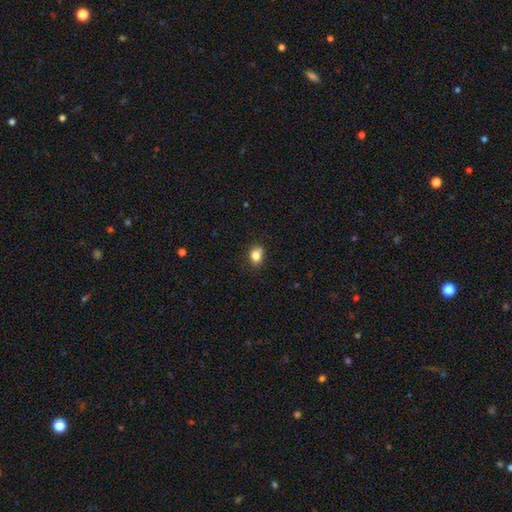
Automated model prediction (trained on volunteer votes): Q: Smooth or featured?
A: smooth (81%); runner-up: star or artifact (11%)
Q: How rounded?
A: in between (52%); runner-up: round (47%)
Q: Merging?
A: none (70%); runner-up: minor disturbance (20%)